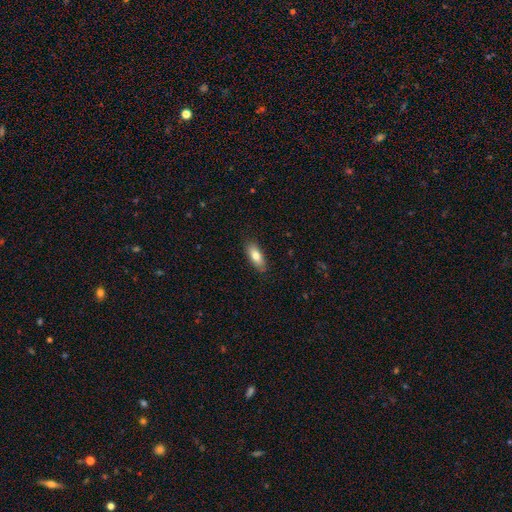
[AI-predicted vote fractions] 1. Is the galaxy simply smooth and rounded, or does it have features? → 80% smooth, 13% featured or disk, 6% star or artifact.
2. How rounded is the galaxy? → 79% in between, 19% cigar-shaped, 2% round.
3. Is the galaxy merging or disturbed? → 86% none, 11% minor disturbance, 2% major disturbance, 1% merger.